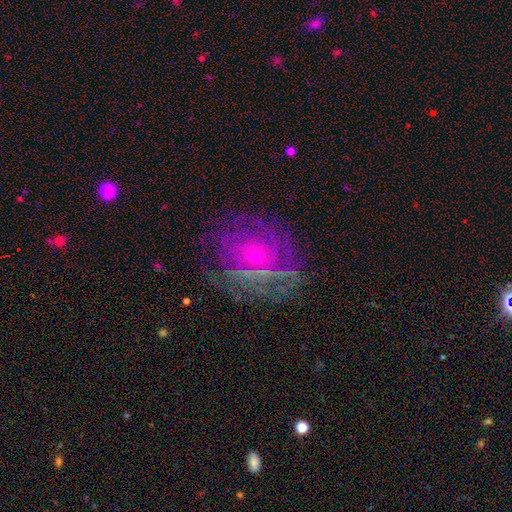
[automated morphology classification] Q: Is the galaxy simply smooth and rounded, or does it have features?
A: featured or disk — 76%.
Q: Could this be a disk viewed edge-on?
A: no — 97%.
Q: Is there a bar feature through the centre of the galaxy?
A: no — 76%.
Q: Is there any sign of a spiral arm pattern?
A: yes — 89%.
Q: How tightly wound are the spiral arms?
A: tight — 72%.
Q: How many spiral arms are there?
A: can't tell — 43%.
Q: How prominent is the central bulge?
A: small — 70%.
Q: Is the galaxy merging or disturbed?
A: none — 73%.